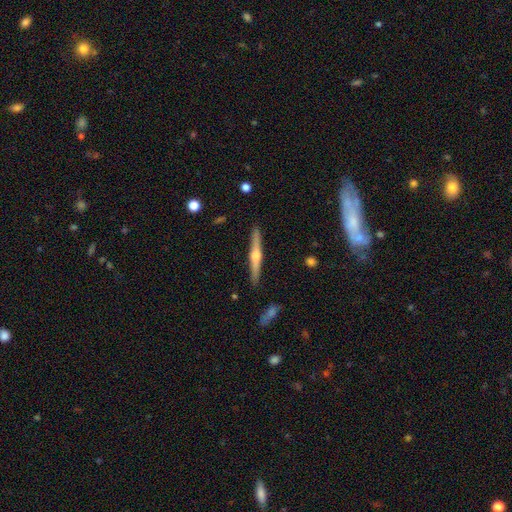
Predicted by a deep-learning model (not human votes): Overall: featured or disk (73%). Edge-on disk: yes (98%). Edge-on bulge: rounded (92%). Merging: none (91%).